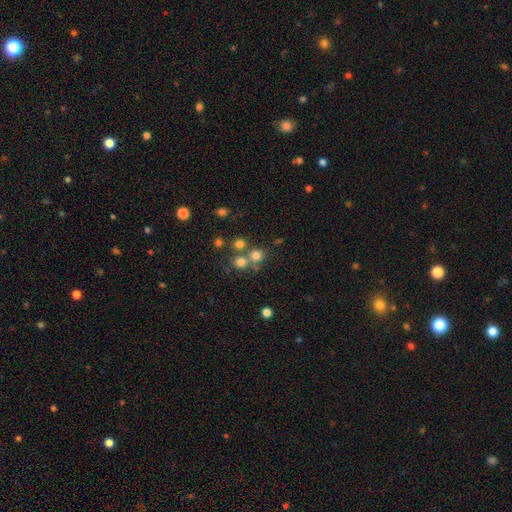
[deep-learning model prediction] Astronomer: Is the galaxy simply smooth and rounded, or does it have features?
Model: smooth — 73%.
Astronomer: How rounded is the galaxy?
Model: round — 89%.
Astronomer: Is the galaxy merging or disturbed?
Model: none — 59%.